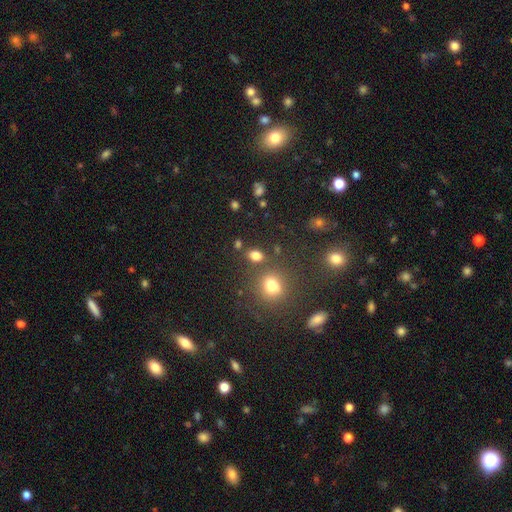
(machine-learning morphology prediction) Overall: smooth (78%). How rounded: in between (68%; round 30%). Merging: none (72%).